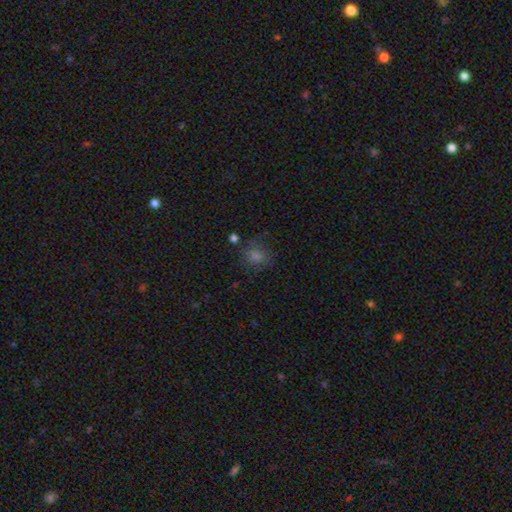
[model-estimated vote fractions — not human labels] Smooth or featured? Predicted: smooth (p=0.64). How rounded? Predicted: round (p=0.76). Merging? Predicted: none (p=0.73).